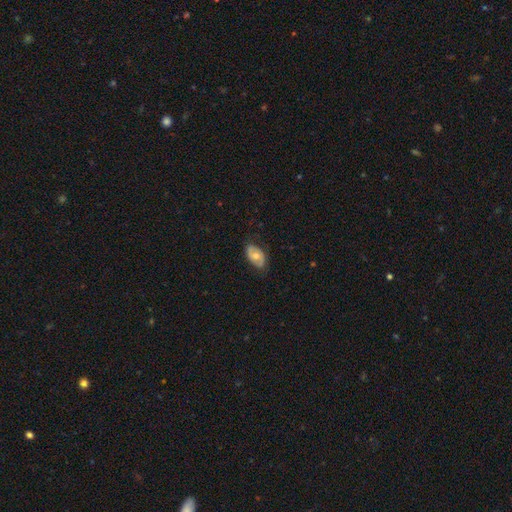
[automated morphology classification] Smooth or featured?
  - smooth: 49% *
  - featured or disk: 44%
  - star or artifact: 7%
Merging?
  - none: 74% *
  - minor disturbance: 21%
  - major disturbance: 5%
  - merger: 1%